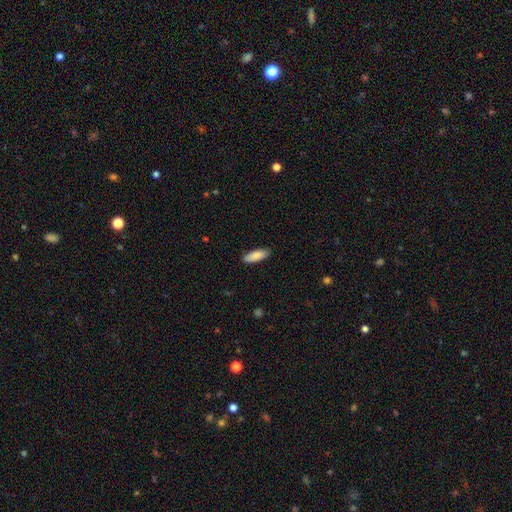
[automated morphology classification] Q: Smooth or featured?
A: smooth (86%); runner-up: featured or disk (9%)
Q: How rounded?
A: in between (64%); runner-up: cigar-shaped (34%)
Q: Merging?
A: none (88%); runner-up: minor disturbance (9%)